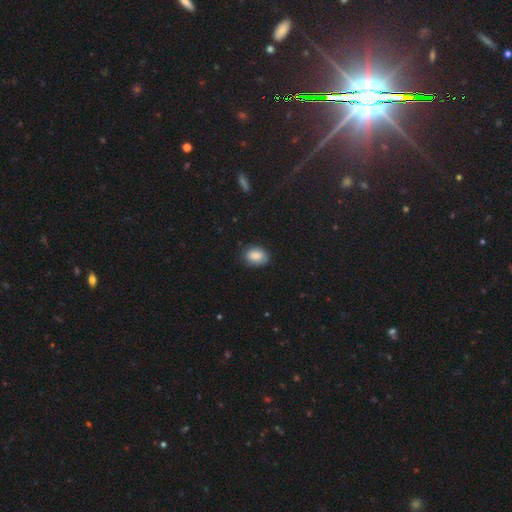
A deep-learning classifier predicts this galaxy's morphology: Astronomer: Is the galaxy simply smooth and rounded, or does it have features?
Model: smooth — 86%.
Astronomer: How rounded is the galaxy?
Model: in between — 80%.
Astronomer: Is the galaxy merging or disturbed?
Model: none — 80%.